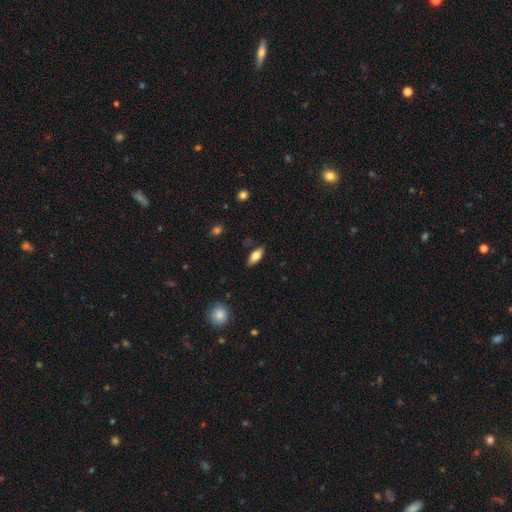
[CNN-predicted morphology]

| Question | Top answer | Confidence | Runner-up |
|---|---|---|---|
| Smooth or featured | smooth | 69% | featured or disk (24%) |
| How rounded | in between | 78% | cigar-shaped (19%) |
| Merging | none | 87% | minor disturbance (10%) |